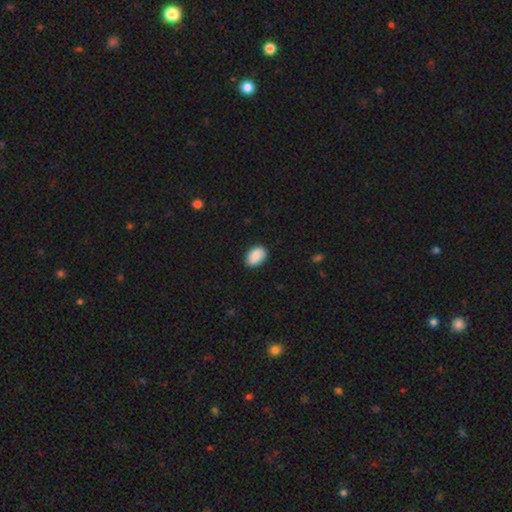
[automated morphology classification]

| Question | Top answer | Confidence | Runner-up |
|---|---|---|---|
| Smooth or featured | smooth | 90% | star or artifact (6%) |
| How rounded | in between | 84% | round (15%) |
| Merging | none | 87% | minor disturbance (10%) |